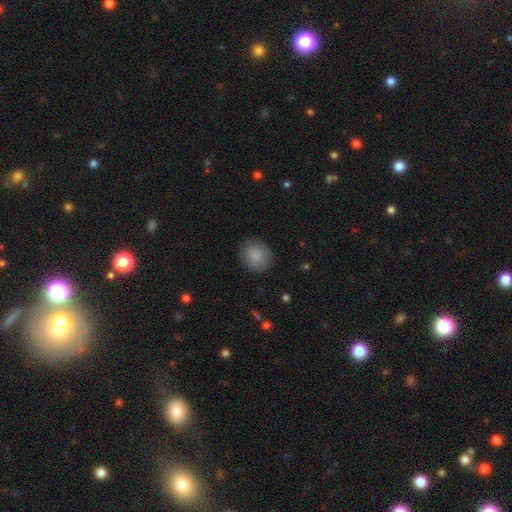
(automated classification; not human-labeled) smooth_or_featured: smooth (p=0.87) [alt: star or artifact p=0.07]
how_rounded: round (p=0.81) [alt: in between p=0.18]
merging: none (p=0.87) [alt: minor disturbance p=0.09]